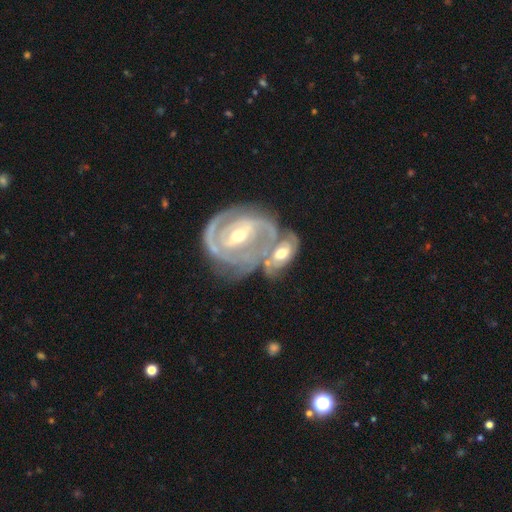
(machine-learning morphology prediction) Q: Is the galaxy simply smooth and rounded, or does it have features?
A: featured or disk — 89%.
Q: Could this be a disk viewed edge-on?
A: no — 96%.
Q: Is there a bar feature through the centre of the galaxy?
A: strong — 48%.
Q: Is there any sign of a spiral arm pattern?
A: yes — 95%.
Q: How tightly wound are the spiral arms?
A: tight — 62%.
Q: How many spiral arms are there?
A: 2 — 59%.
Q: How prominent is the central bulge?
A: moderate — 51%.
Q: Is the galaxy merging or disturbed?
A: merger — 47%.